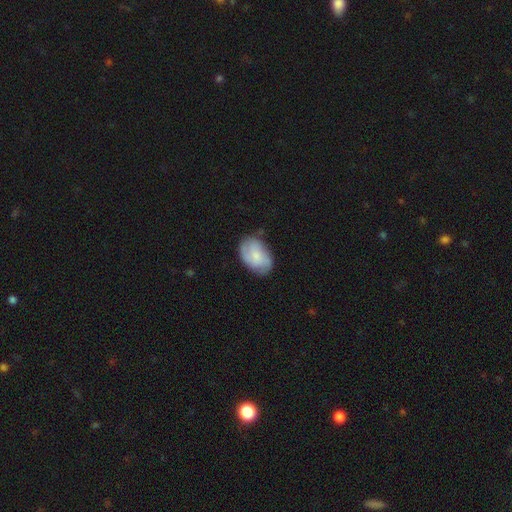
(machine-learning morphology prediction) Smooth or featured: smooth — 52% (featured or disk — 41%)
How rounded: in between — 84% (round — 15%)
Merging: none — 70% (minor disturbance — 23%)